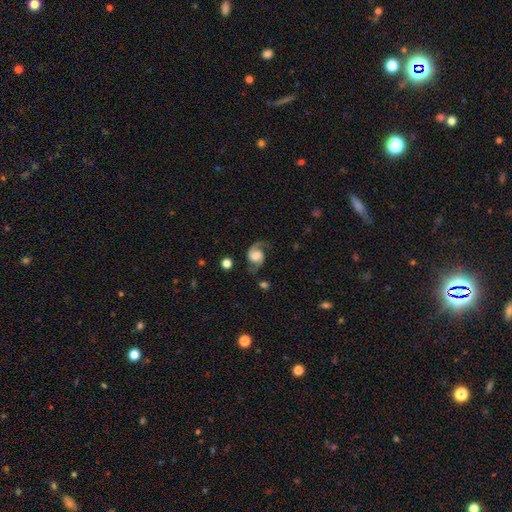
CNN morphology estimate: A featured or disk galaxy (87%) with no bar (54%), 2 (93%) medium (50%) spiral arms (98%) and a large central bulge (32%). Merging: none (73%).